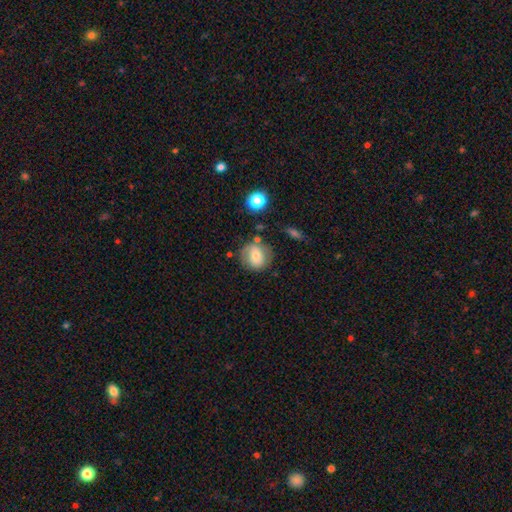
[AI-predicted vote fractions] This appears to be a smooth galaxy with no disk features (59%) that is round (79%). Merging: none (68%).